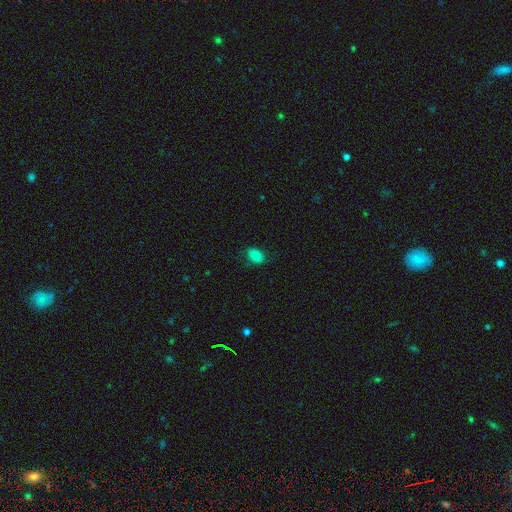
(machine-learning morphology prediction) Smooth or featured: smooth — 80% (star or artifact — 11%)
How rounded: in between — 79% (round — 19%)
Merging: none — 76% (minor disturbance — 19%)